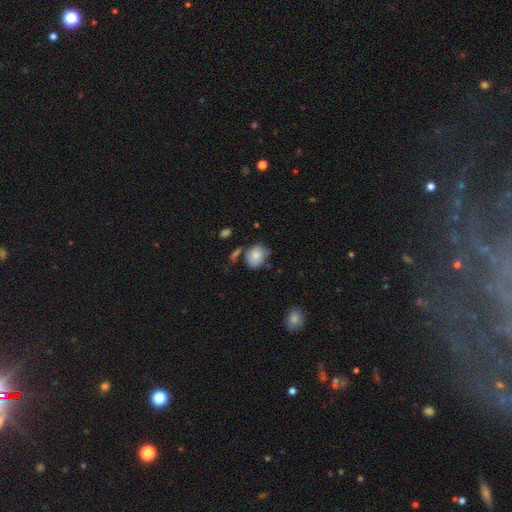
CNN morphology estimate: The model was most divided on "how rounded": round: 56%, in between: 43%, cigar-shaped: 1%. More confident: smooth or featured — smooth (69%); merging — none (52%).